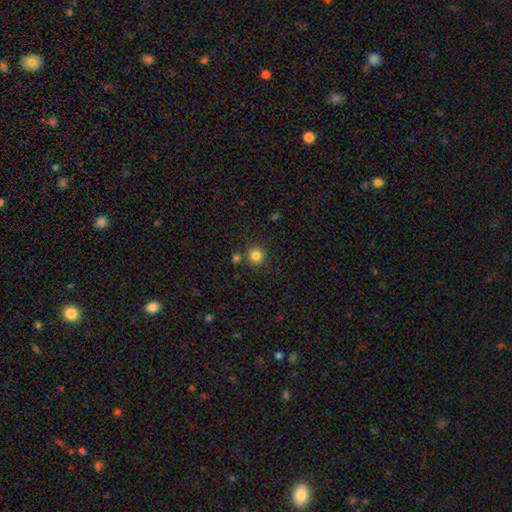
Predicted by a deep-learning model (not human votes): Smooth or featured? smooth (83%)
How rounded? round (92%)
Merging? none (81%)